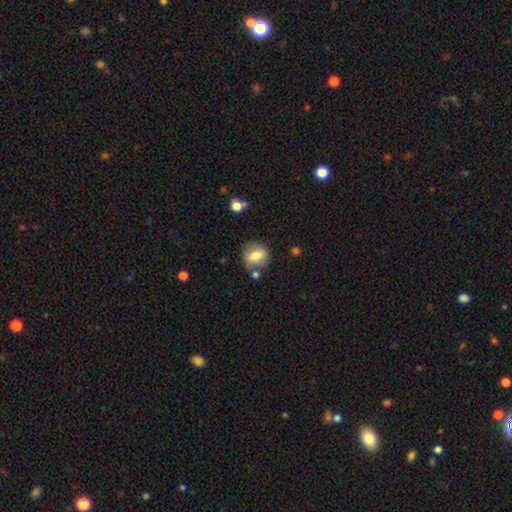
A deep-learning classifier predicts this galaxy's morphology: Smooth or featured?
  - smooth: 66% *
  - featured or disk: 25%
  - star or artifact: 9%
How rounded?
  - round: 71% *
  - in between: 27%
  - cigar-shaped: 2%
Merging?
  - none: 75% *
  - minor disturbance: 13%
  - merger: 8%
  - major disturbance: 4%